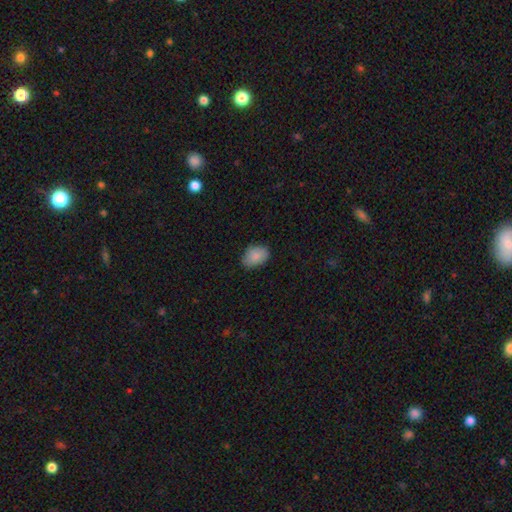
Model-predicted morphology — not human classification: Smooth or featured? smooth (87%)
How rounded? in between (77%)
Merging? none (77%)